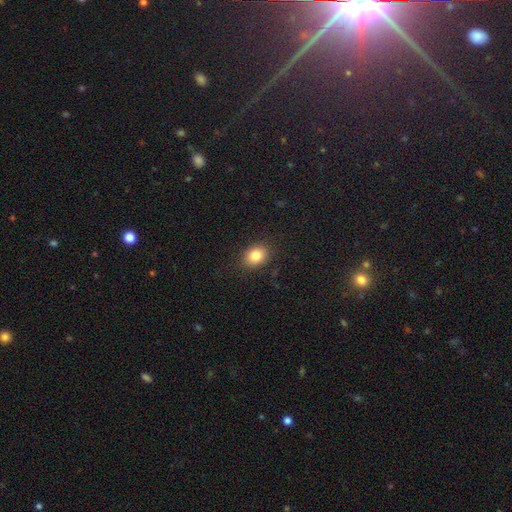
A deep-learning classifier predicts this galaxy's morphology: Smooth or featured? Predicted: smooth (p=0.83). How rounded? Predicted: in between (p=0.52). Merging? Predicted: none (p=0.87).